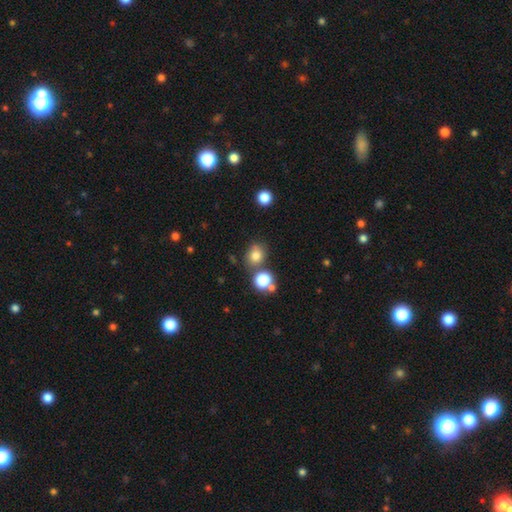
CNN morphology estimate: Q: Smooth or featured?
A: smooth (78%); runner-up: star or artifact (15%)
Q: How rounded?
A: round (67%); runner-up: in between (32%)
Q: Merging?
A: none (67%); runner-up: merger (16%)